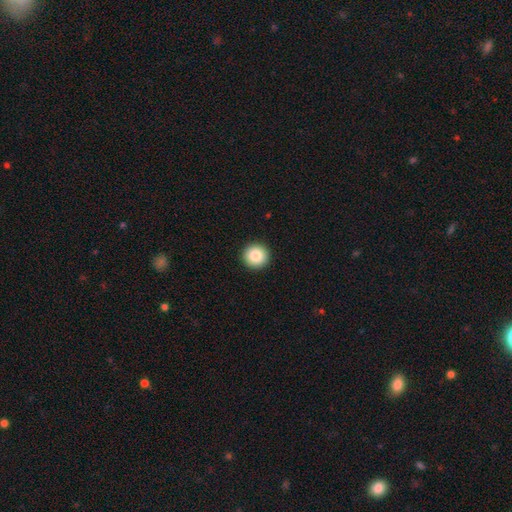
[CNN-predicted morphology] smooth-or-featured: smooth: 87% | star or artifact: 9% | featured or disk: 4%
  how-rounded: round: 96% | in between: 3% | cigar-shaped: 1%
  merging: none: 94% | minor disturbance: 4% | major disturbance: 1% | merger: 1%